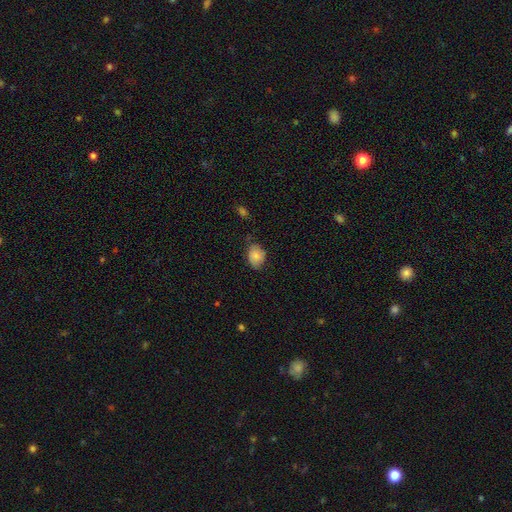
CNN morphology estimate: Smooth or featured: smooth — 83% (featured or disk — 9%)
How rounded: in between — 66% (round — 33%)
Merging: none — 64% (minor disturbance — 28%)